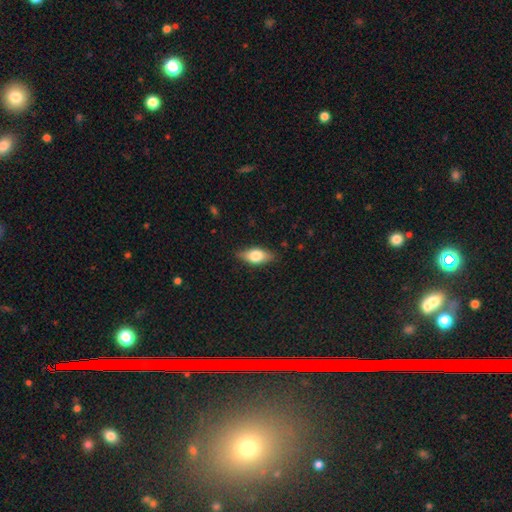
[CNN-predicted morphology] Smooth or featured: smooth — 62% (featured or disk — 31%)
How rounded: in between — 81% (cigar-shaped — 14%)
Merging: none — 83% (minor disturbance — 13%)